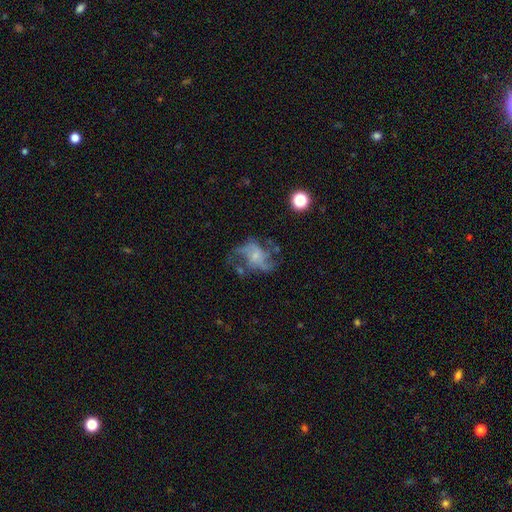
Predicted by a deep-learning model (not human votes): Smooth or featured: featured or disk — 76% (smooth — 14%)
Edge-on disk: no — 98% (yes — 2%)
Bar: no — 64% (weak — 29%)
Spiral arms: yes — 85% (no — 15%)
Spiral winding: loose — 55% (medium — 36%)
Spiral arm count: 2 — 56% (can't tell — 16%)
Bulge size: small — 66% (moderate — 19%)
Merging: none — 44% (major disturbance — 31%)